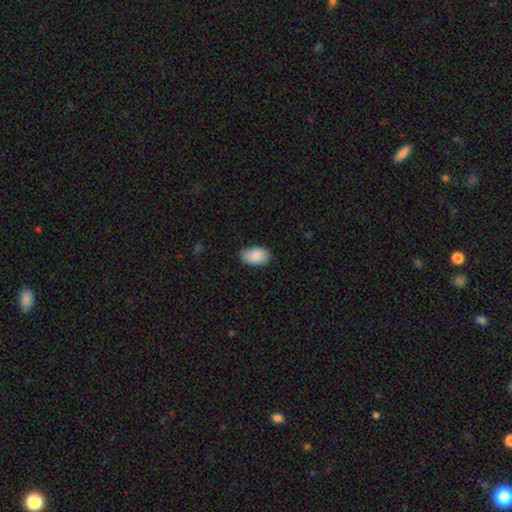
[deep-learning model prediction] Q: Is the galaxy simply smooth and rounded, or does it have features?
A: smooth — 86%.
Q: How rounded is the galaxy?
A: in between — 93%.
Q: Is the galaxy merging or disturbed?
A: none — 76%.